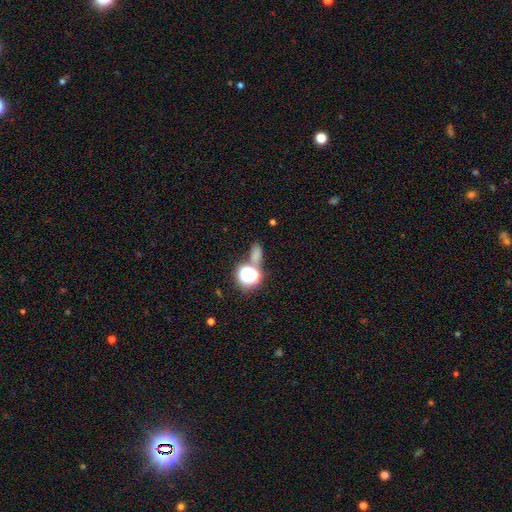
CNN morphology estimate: This is likely a smooth galaxy (63%). How rounded: likely in between (62%). Merging: likely none (63%).